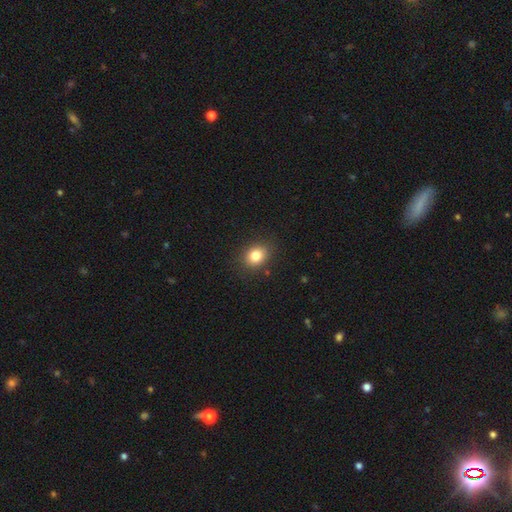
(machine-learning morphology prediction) Smooth or featured: smooth — 82% (star or artifact — 11%)
How rounded: round — 51% (in between — 48%)
Merging: none — 86% (minor disturbance — 10%)